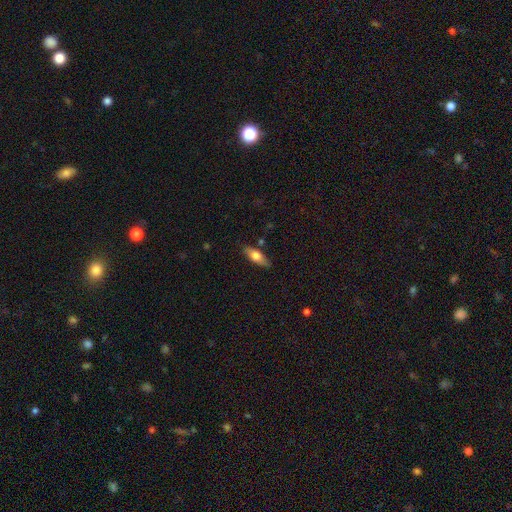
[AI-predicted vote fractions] This is likely a smooth galaxy (63%). How rounded: likely in between (62%). Merging: clearly none (84%).